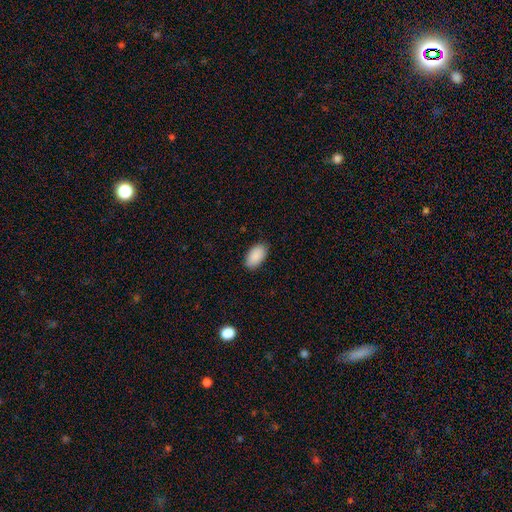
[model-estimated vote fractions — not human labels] Smooth or featured? smooth (90%)
How rounded? in between (95%)
Merging? none (86%)